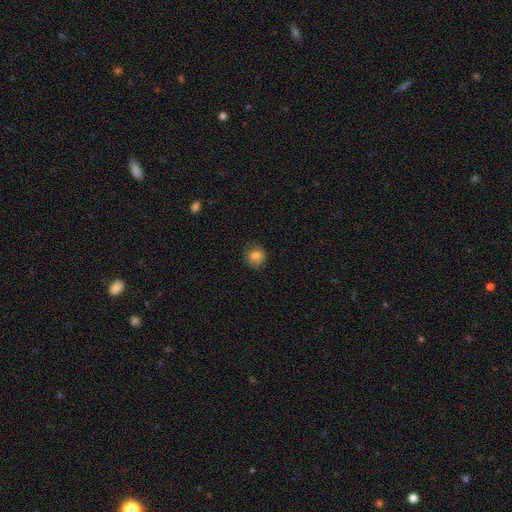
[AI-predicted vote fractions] This appears to be a smooth galaxy with no disk features (82%) that is round (85%). Merging: none (82%).